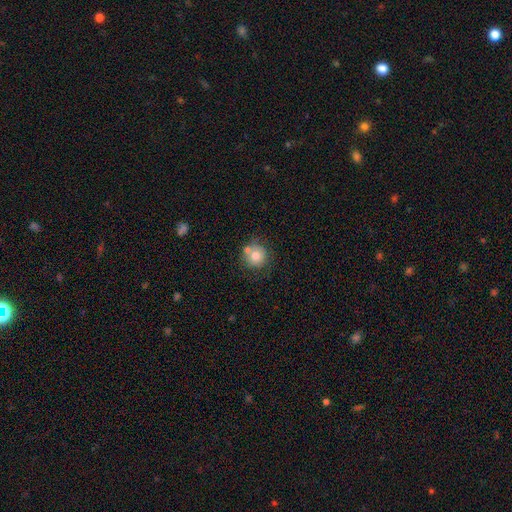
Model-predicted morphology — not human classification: Q: Smooth or featured?
A: smooth (77%); runner-up: featured or disk (14%)
Q: How rounded?
A: round (90%); runner-up: in between (9%)
Q: Merging?
A: none (61%); runner-up: merger (21%)